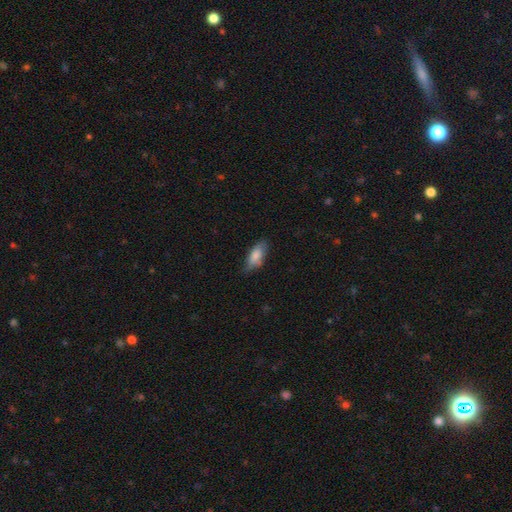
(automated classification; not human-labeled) smooth_or_featured: smooth (p=0.81) [alt: featured or disk p=0.13]
how_rounded: in between (p=0.81) [alt: cigar-shaped p=0.17]
merging: none (p=0.67) [alt: minor disturbance p=0.26]